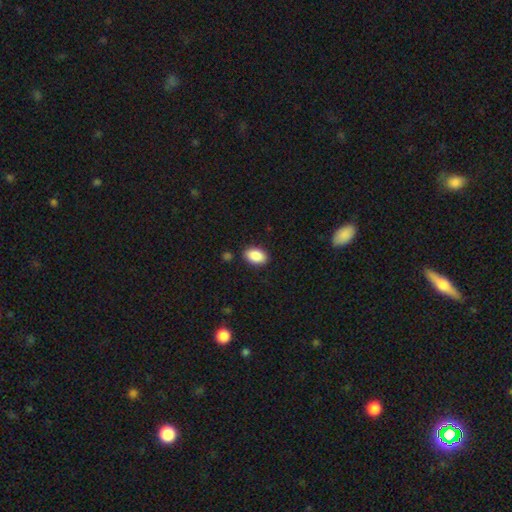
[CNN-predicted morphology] smooth-or-featured: smooth: 89% | star or artifact: 7% | featured or disk: 4%
  how-rounded: in between: 88% | round: 10% | cigar-shaped: 1%
  merging: none: 87% | minor disturbance: 9% | major disturbance: 2% | merger: 2%